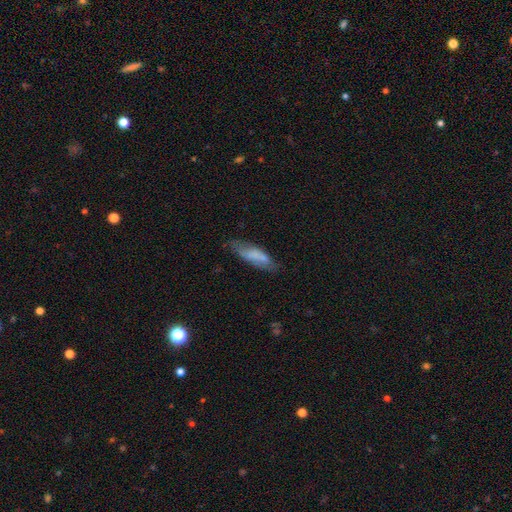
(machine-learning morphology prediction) This appears to be a smooth galaxy with no disk features (65%) that is cigar-shaped (51%). Merging: none (59%).